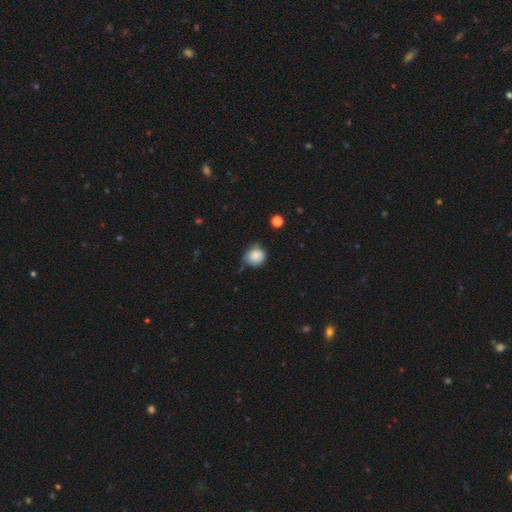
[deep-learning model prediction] Smooth or featured? Predicted: smooth (p=0.85). How rounded? Predicted: round (p=0.81). Merging? Predicted: none (p=0.57).